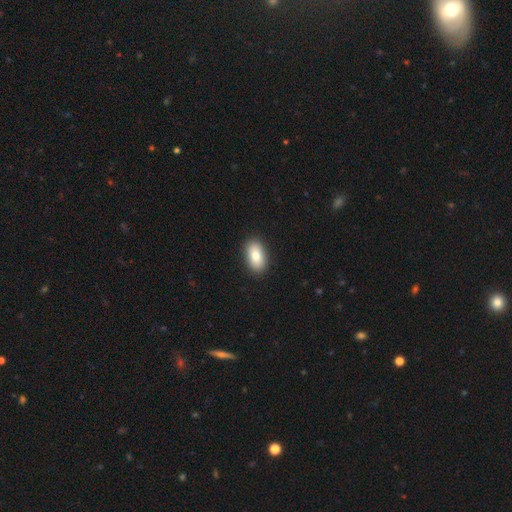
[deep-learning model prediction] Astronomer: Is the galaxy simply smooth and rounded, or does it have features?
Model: smooth — 85%.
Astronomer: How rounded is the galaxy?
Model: in between — 93%.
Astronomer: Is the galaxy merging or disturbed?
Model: none — 90%.